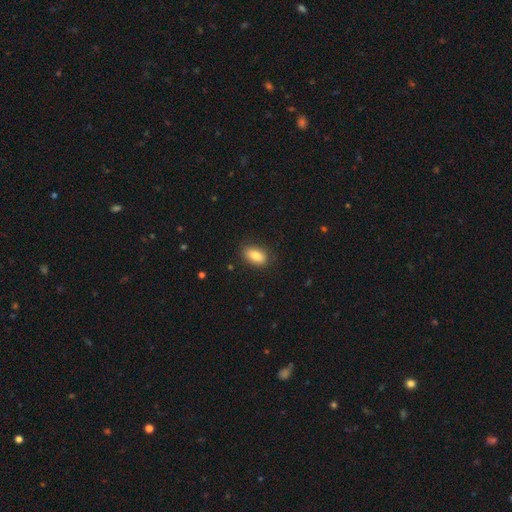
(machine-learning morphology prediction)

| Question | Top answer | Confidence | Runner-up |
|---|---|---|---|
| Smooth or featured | smooth | 83% | featured or disk (10%) |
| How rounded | in between | 90% | round (6%) |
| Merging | none | 85% | minor disturbance (12%) |